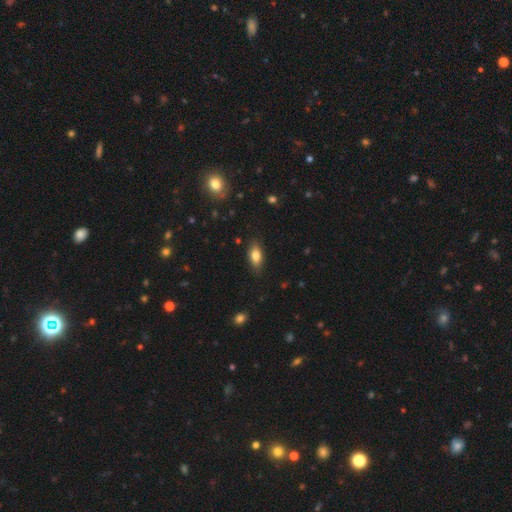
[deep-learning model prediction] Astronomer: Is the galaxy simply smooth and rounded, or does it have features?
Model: smooth — 79%.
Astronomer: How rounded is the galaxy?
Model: in between — 85%.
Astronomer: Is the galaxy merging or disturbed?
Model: none — 84%.